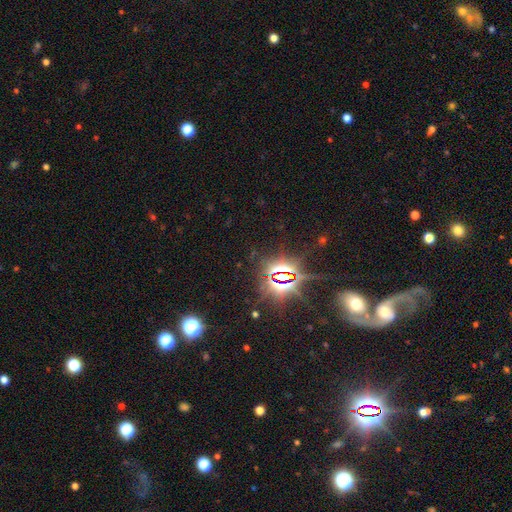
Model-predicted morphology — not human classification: This appears to be a star or artifact, not a galaxy (73%).